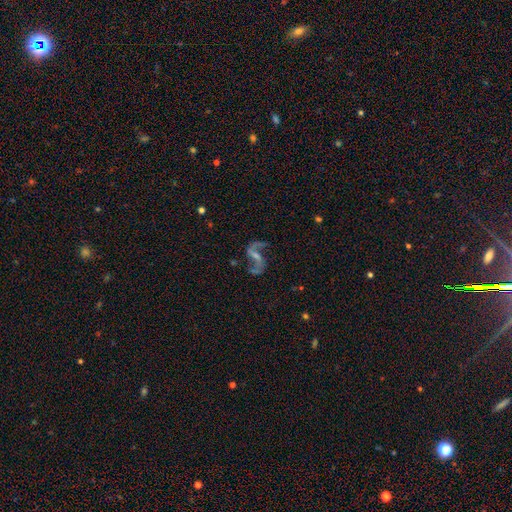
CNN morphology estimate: A featured or disk galaxy (89%) with a weak bar (46%), 2 (93%) loose (72%) spiral arms (96%) and a small central bulge (51%).

Vote fractions:
- Smooth or featured? featured or disk: 89% / star or artifact: 7% / smooth: 4%
- Edge-on disk? no: 97% / yes: 3%
- Bar? weak: 46% / no: 27% / strong: 26%
- Spiral arms? yes: 96% / no: 4%
- Spiral winding? loose: 72% / medium: 24% / tight: 5%
- Spiral arm count? 2: 93% / 1: 2% / can't tell: 2% / 3: 1% / 4: 1% / more than 4: 1%
- Bulge size? small: 51% / moderate: 25% / none: 21% / large: 2% / dominant: 1%
- Merging? none: 70% / minor disturbance: 15% / major disturbance: 12% / merger: 4%